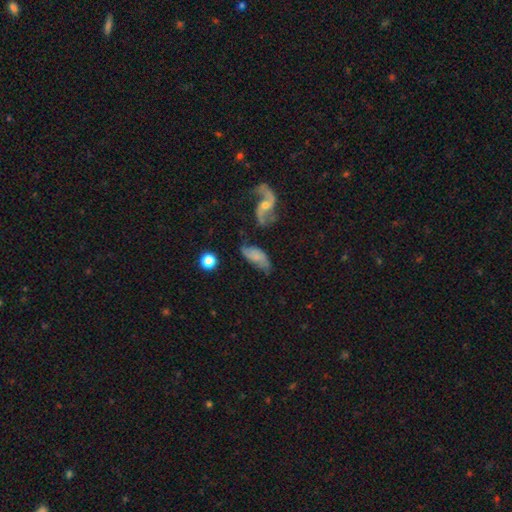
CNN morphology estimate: type=featured or disk (51%); edge-on=no (92%); merging=none (44%).